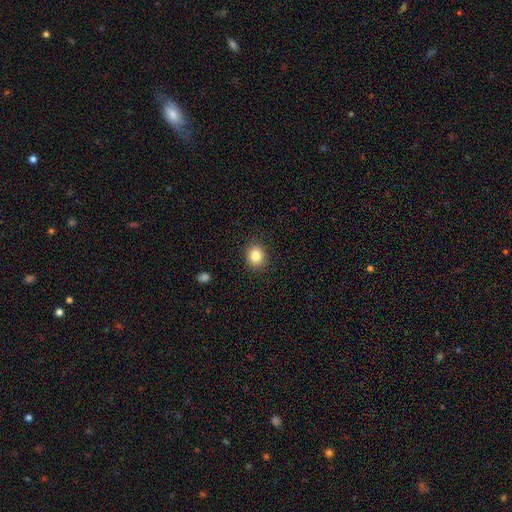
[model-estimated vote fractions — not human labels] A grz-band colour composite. It shows a smooth galaxy with no disk features (83%) that is round (72%). Merging: none (89%).